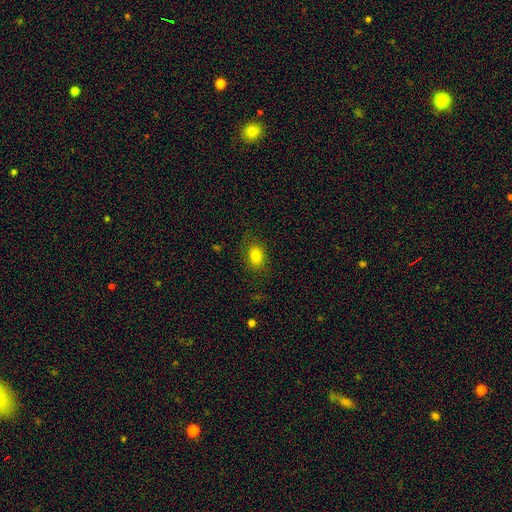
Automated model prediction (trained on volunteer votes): A smooth galaxy with no disk features (82%) that is in between round and cigar-shaped (71%).

Vote fractions:
- Smooth or featured? smooth: 82% / star or artifact: 10% / featured or disk: 7%
- How rounded? in between: 71% / round: 27% / cigar-shaped: 1%
- Merging? none: 80% / minor disturbance: 14% / major disturbance: 5% / merger: 1%